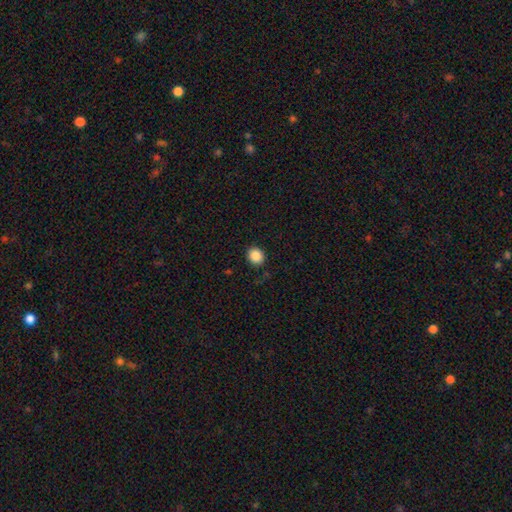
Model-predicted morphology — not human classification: Smooth or featured? Predicted: smooth (p=0.87). How rounded? Predicted: round (p=0.75). Merging? Predicted: none (p=0.88).